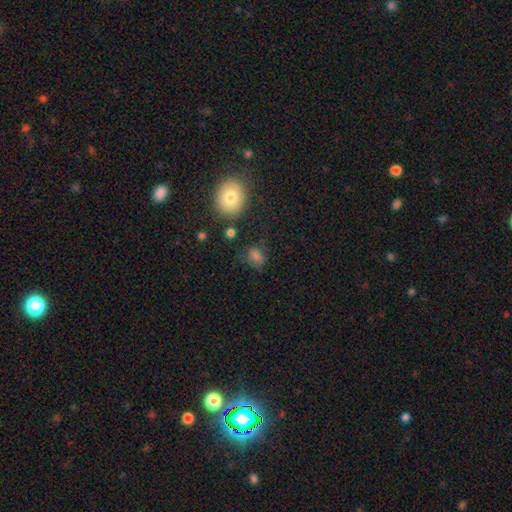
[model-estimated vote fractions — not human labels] Q: Smooth or featured?
A: smooth (73%); runner-up: star or artifact (16%)
Q: How rounded?
A: in between (64%); runner-up: round (34%)
Q: Merging?
A: none (67%); runner-up: minor disturbance (19%)